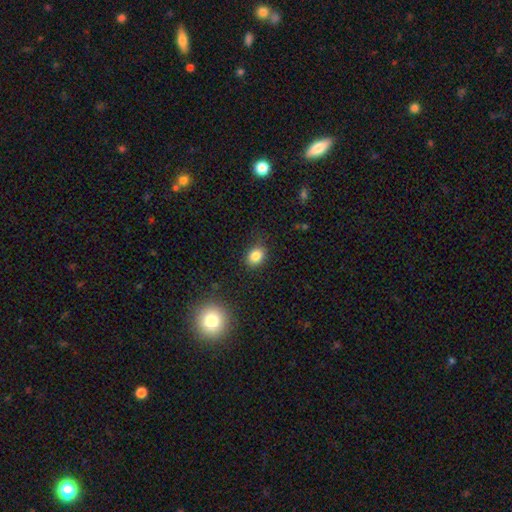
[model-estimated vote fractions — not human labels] Smooth or featured? smooth (83%)
How rounded? in between (57%)
Merging? none (81%)